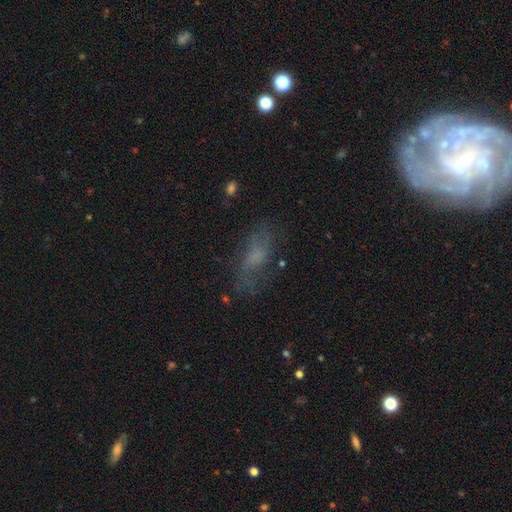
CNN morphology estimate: Smooth or featured: smooth — 46% (featured or disk — 37%)
Merging: none — 60% (minor disturbance — 22%)